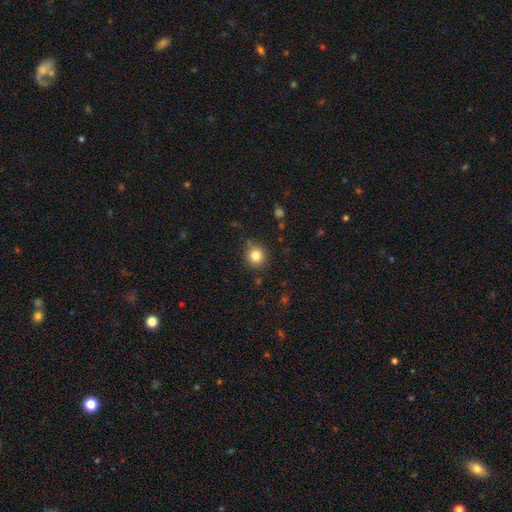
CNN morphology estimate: Q: Smooth or featured?
A: smooth (83%); runner-up: star or artifact (11%)
Q: How rounded?
A: round (87%); runner-up: in between (12%)
Q: Merging?
A: none (83%); runner-up: minor disturbance (13%)